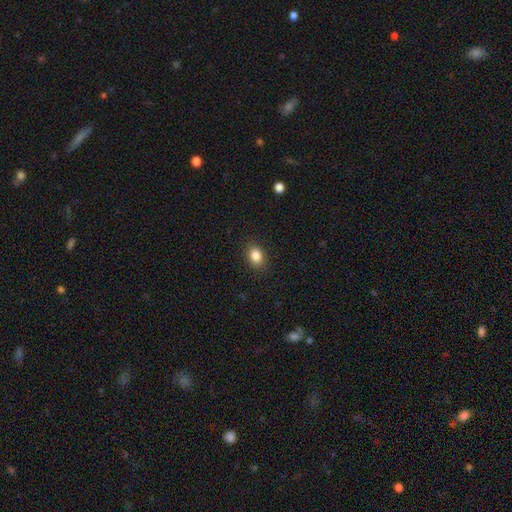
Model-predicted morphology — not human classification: smooth 85%, star or artifact 10%, featured or disk 6%. Down the decision tree: how rounded — in between (66%); merging — none (88%).